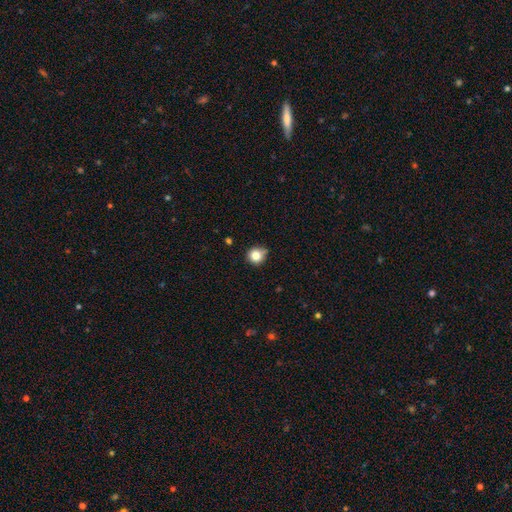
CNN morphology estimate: Smooth or featured? Predicted: smooth (p=0.81). How rounded? Predicted: round (p=0.87). Merging? Predicted: none (p=0.67).